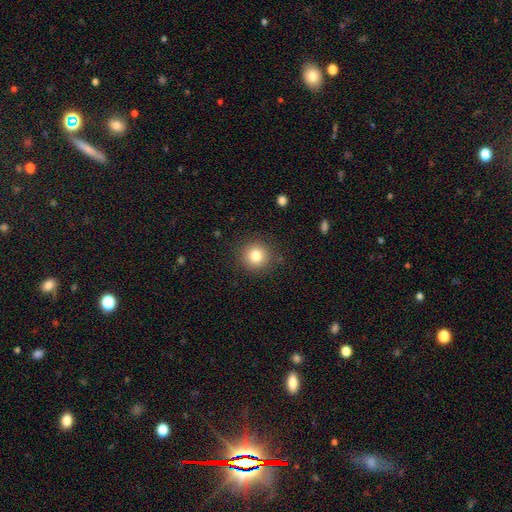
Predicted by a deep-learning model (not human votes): A smooth galaxy with no disk features (81%) that is round (93%). Merging: none (89%).